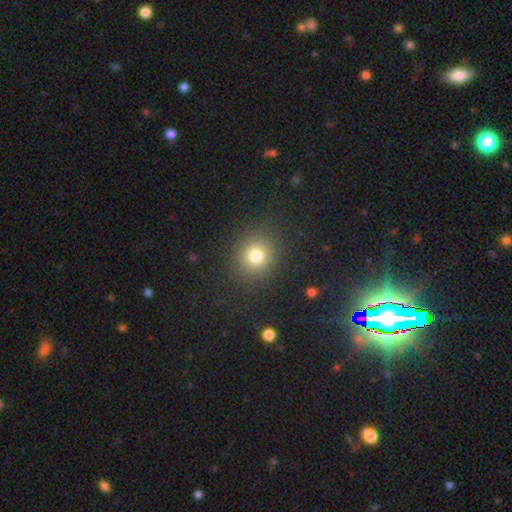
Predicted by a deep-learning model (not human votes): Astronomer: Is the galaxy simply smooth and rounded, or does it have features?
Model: smooth — 76%.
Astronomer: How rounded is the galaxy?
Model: round — 85%.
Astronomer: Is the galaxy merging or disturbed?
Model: none — 88%.